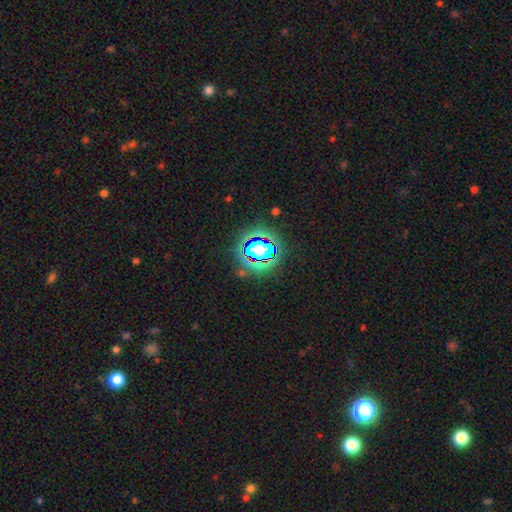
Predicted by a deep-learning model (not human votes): A star or artifact, not a galaxy (78%).

Vote fractions:
- Smooth or featured? star or artifact: 78% / smooth: 14% / featured or disk: 8%